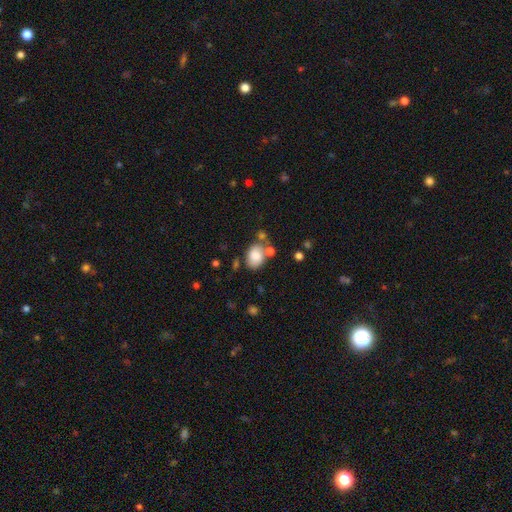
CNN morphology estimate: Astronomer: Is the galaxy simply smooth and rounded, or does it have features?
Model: smooth — 82%.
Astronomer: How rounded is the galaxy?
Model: in between — 68%.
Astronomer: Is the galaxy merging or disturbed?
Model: none — 57%.